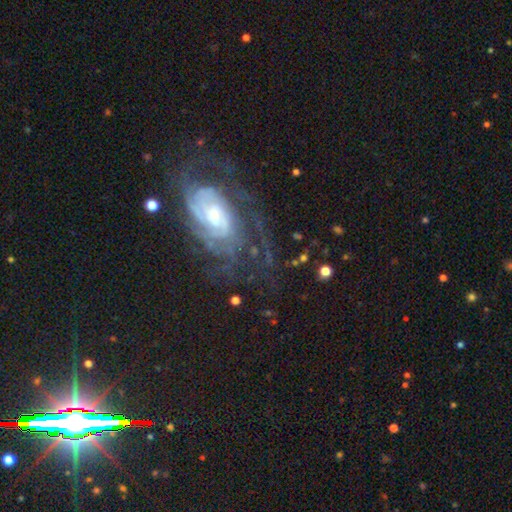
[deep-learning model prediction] featured or disk 71%, star or artifact 17%, smooth 12%. Down the decision tree: edge-on disk — no (93%); bar — no (64%); spiral arms — yes (90%); spiral arm count — can't tell (45%); spiral winding — tight (61%); bulge size — moderate (45%); merging — none (65%).